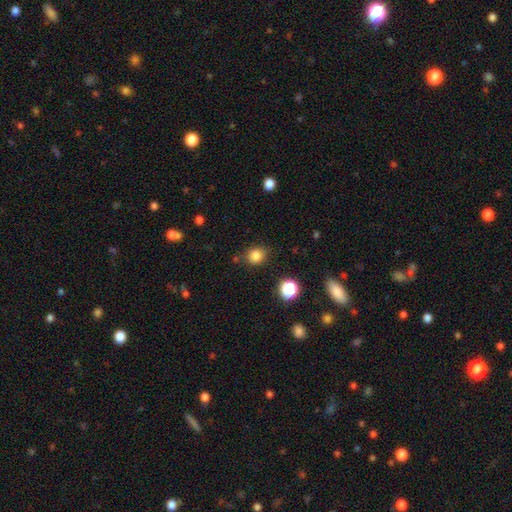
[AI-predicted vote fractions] The model was most divided on "how rounded": round: 72%, in between: 27%, cigar-shaped: 1%. More confident: smooth or featured — smooth (82%); merging — none (79%).